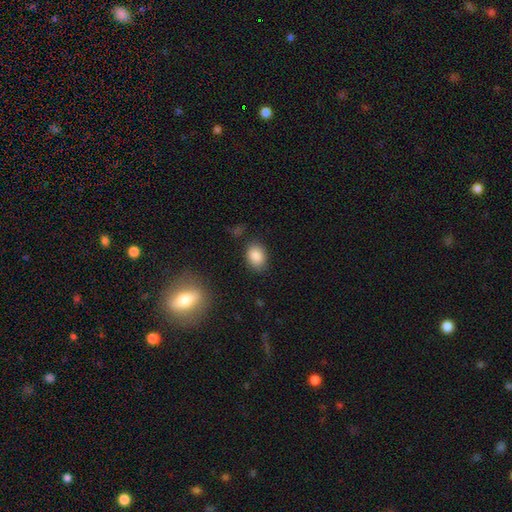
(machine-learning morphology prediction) The model was most divided on "how rounded": in between: 73%, round: 25%, cigar-shaped: 1%. More confident: smooth or featured — smooth (87%); merging — none (81%).